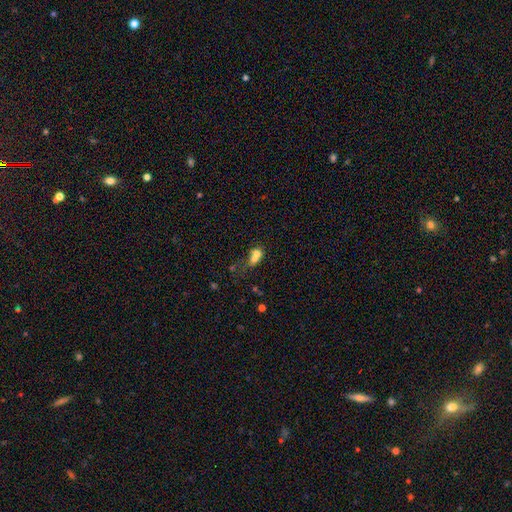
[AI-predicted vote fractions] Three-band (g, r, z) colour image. It shows a smooth galaxy with no disk features (66%) that is round (56%). Merging: merger (69%).